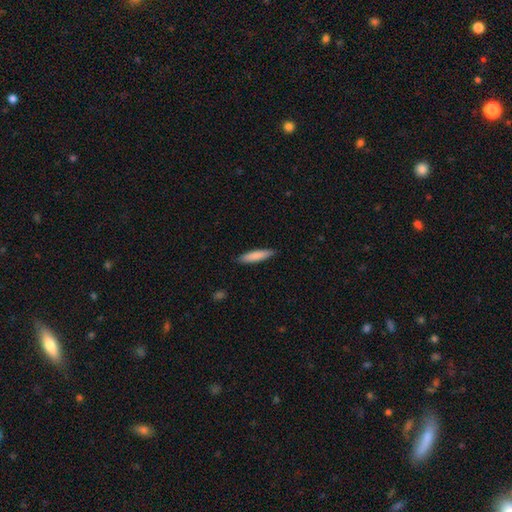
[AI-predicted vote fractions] Overall: smooth (84%). How rounded: cigar-shaped (82%). Merging: none (88%).